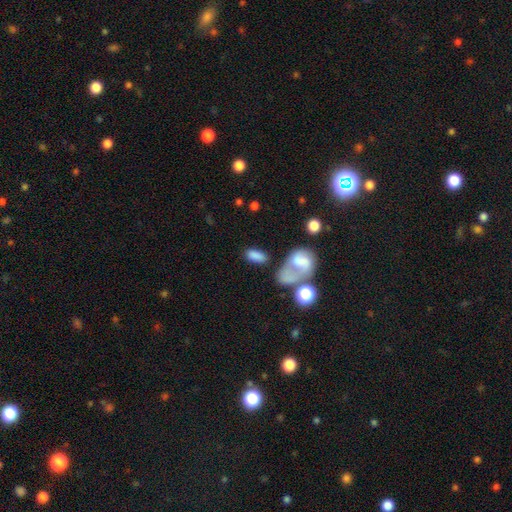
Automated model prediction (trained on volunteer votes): Q: Smooth or featured?
A: smooth (79%); runner-up: featured or disk (12%)
Q: How rounded?
A: in between (87%); runner-up: cigar-shaped (7%)
Q: Merging?
A: none (56%); runner-up: merger (18%)